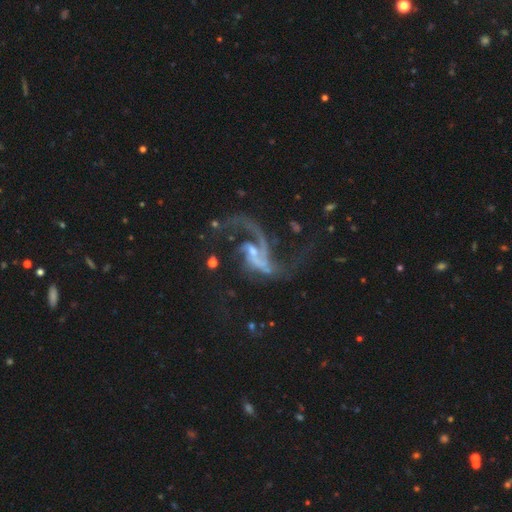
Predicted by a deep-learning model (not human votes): featured or disk 87%, star or artifact 7%, smooth 5%. Down the decision tree: edge-on disk — no (97%); bar — no (43%); spiral arms — yes (94%); spiral arm count — 2 (58%); spiral winding — loose (67%); bulge size — small (54%); merging — major disturbance (44%).